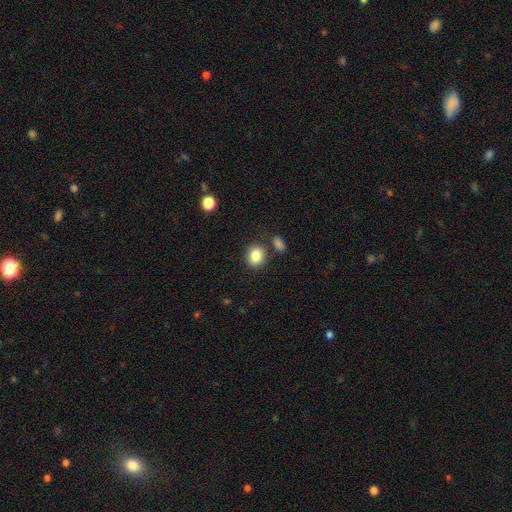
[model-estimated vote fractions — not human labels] Q: Smooth or featured?
A: smooth (84%); runner-up: star or artifact (9%)
Q: How rounded?
A: round (67%); runner-up: in between (32%)
Q: Merging?
A: none (81%); runner-up: minor disturbance (9%)